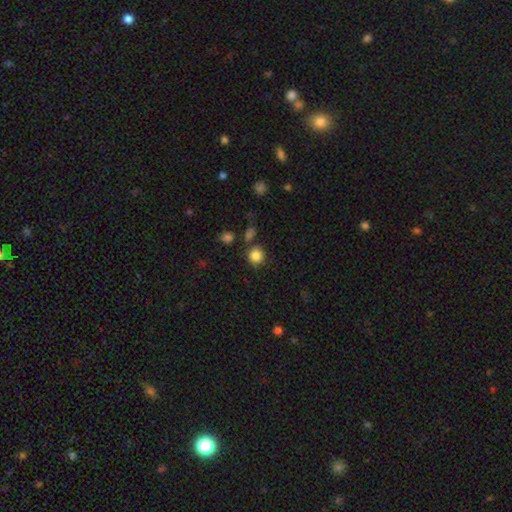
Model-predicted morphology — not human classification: This appears to be a smooth galaxy with no disk features (85%) that is round (90%). Merging: none (79%).